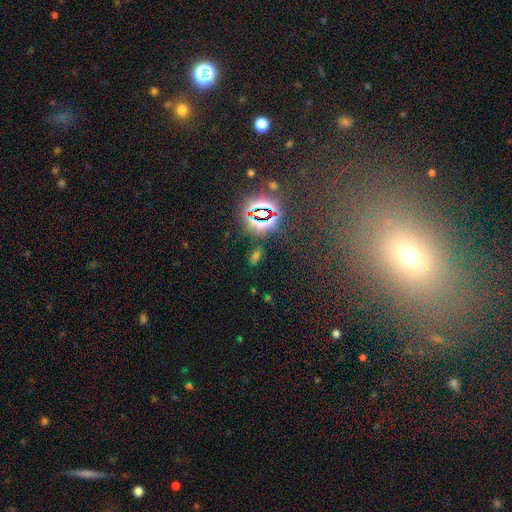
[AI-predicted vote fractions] Smooth or featured? Predicted: star or artifact (p=0.64).